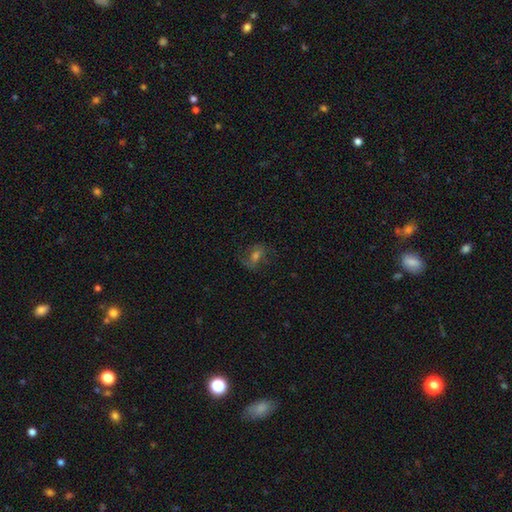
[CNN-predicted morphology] A featured or disk galaxy (49%).

Vote fractions:
- Smooth or featured? featured or disk: 49% / smooth: 29% / star or artifact: 21%
- Merging? none: 70% / minor disturbance: 17% / major disturbance: 12% / merger: 1%